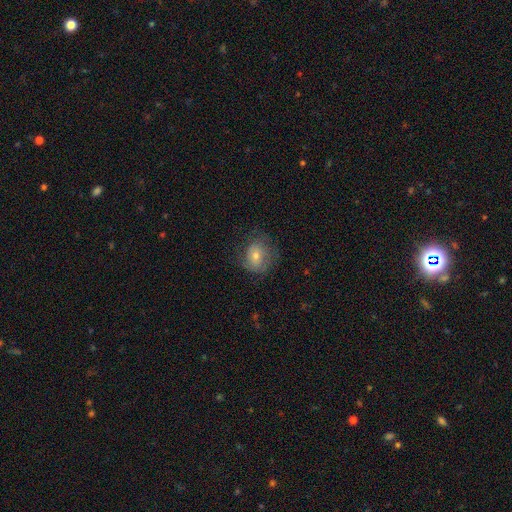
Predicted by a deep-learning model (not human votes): smooth_or_featured: smooth (p=0.59) [alt: featured or disk p=0.31]
how_rounded: round (p=0.68) [alt: in between p=0.31]
merging: none (p=0.64) [alt: minor disturbance p=0.21]